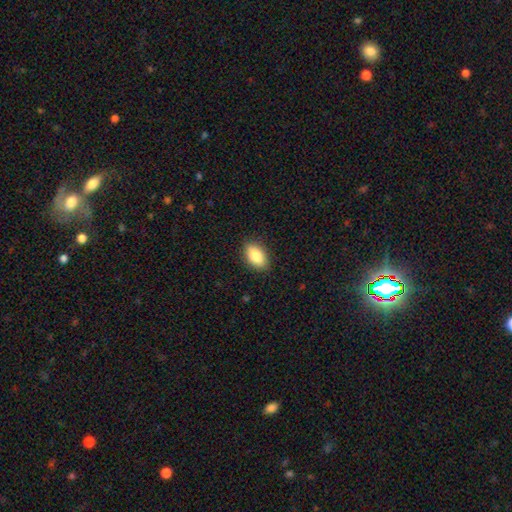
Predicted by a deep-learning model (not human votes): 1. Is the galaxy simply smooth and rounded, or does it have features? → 86% smooth, 8% featured or disk, 7% star or artifact.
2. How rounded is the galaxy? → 91% in between, 6% round, 3% cigar-shaped.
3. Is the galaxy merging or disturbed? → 88% none, 9% minor disturbance, 2% major disturbance, 1% merger.